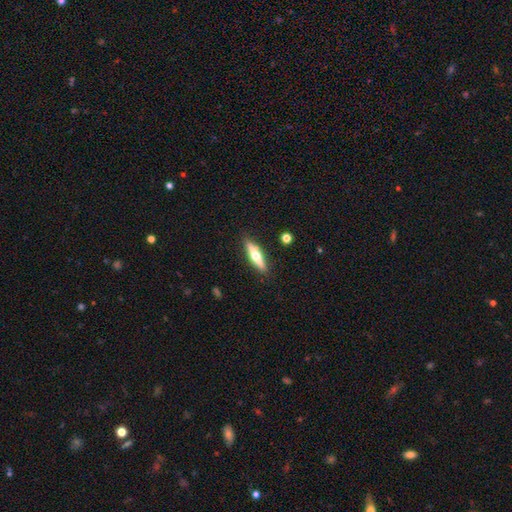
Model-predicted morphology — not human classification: featured or disk 61%, smooth 34%, star or artifact 6%. Down the decision tree: edge-on disk — yes (95%); edge-on bulge — rounded (95%); merging — none (90%).